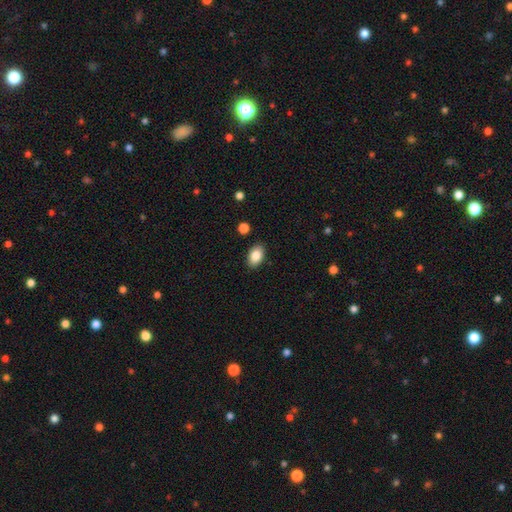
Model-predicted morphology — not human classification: This is clearly a smooth galaxy (86%). How rounded: clearly in between (90%). Merging: clearly none (88%).